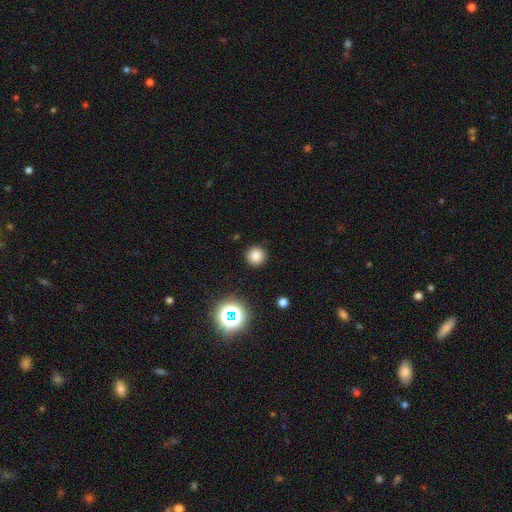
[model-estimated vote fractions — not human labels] A smooth galaxy with no disk features (79%) that is round (95%).

Vote fractions:
- Smooth or featured? smooth: 79% / star or artifact: 16% / featured or disk: 5%
- How rounded? round: 95% / in between: 4% / cigar-shaped: 1%
- Merging? none: 90% / minor disturbance: 6% / major disturbance: 2% / merger: 1%